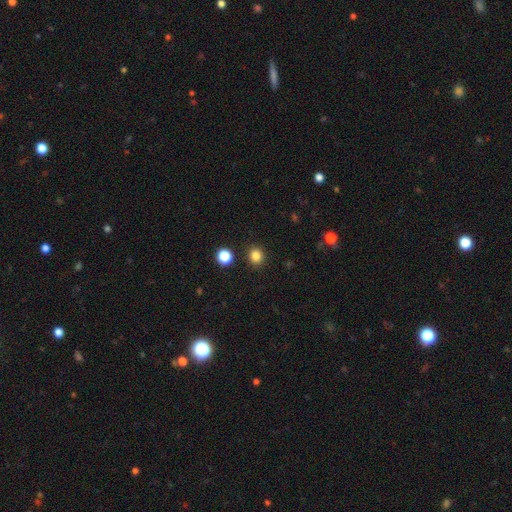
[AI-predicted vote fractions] smooth-or-featured: smooth: 83% | star or artifact: 13% | featured or disk: 4%
  how-rounded: round: 81% | in between: 18% | cigar-shaped: 1%
  merging: none: 90% | minor disturbance: 6% | merger: 2% | major disturbance: 2%